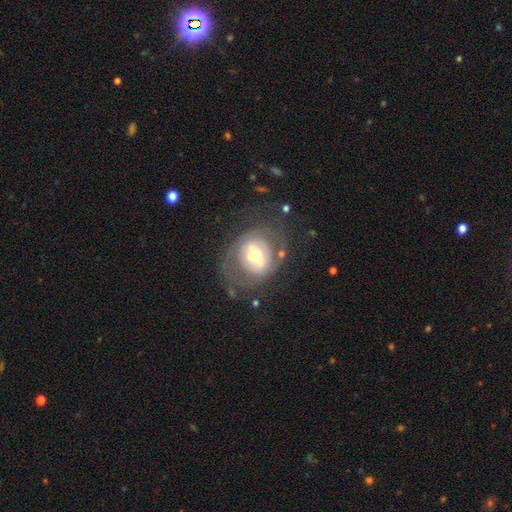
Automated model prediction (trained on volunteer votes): smooth_or_featured: featured or disk (p=0.66) [alt: smooth p=0.26]
disk_edge_on: no (p=0.96) [alt: yes p=0.04]
bar: no (p=0.53) [alt: weak p=0.32]
has_spiral_arms: yes (p=0.55) [alt: no p=0.45]
bulge_size: moderate (p=0.55) [alt: small p=0.30]
merging: none (p=0.49) [alt: major disturbance p=0.21]